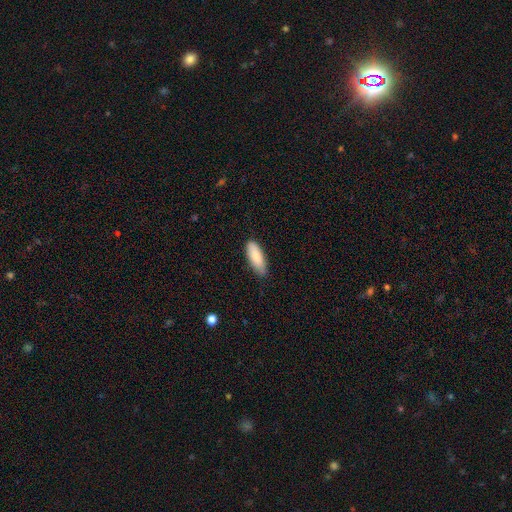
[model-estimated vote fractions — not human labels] Smooth or featured: smooth — 86% (featured or disk — 8%)
How rounded: in between — 69% (cigar-shaped — 30%)
Merging: none — 81% (minor disturbance — 16%)